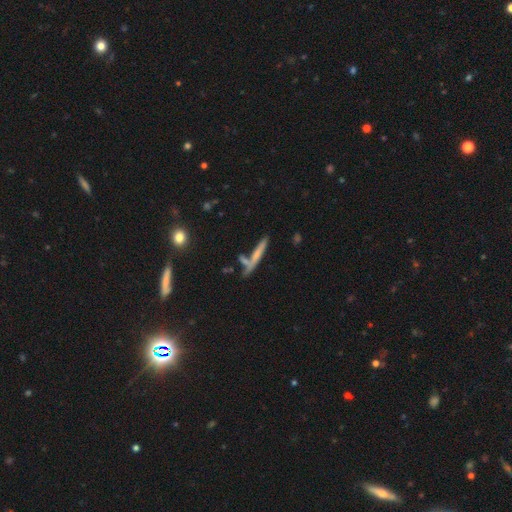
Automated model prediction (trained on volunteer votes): smooth 51%, featured or disk 38%, star or artifact 11%. Down the decision tree: how rounded — cigar-shaped (90%); merging — none (57%).